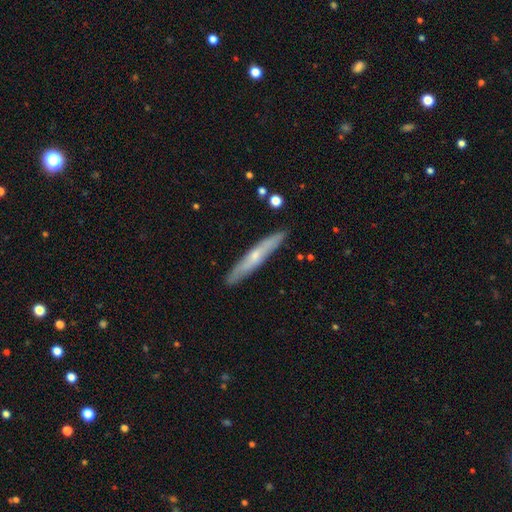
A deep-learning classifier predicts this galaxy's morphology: smooth_or_featured: featured or disk (p=0.52) [alt: smooth p=0.42]
disk_edge_on: yes (p=0.86) [alt: no p=0.14]
merging: none (p=0.89) [alt: minor disturbance p=0.08]